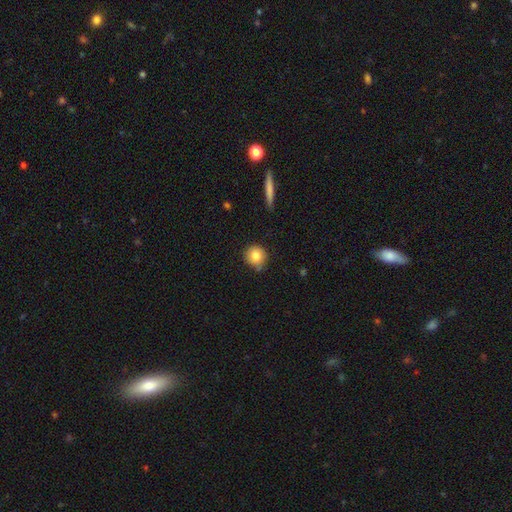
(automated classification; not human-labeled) Smooth or featured?
  - smooth: 82% *
  - star or artifact: 9%
  - featured or disk: 9%
How rounded?
  - round: 90% *
  - in between: 9%
  - cigar-shaped: 1%
Merging?
  - none: 78% *
  - minor disturbance: 16%
  - merger: 4%
  - major disturbance: 3%